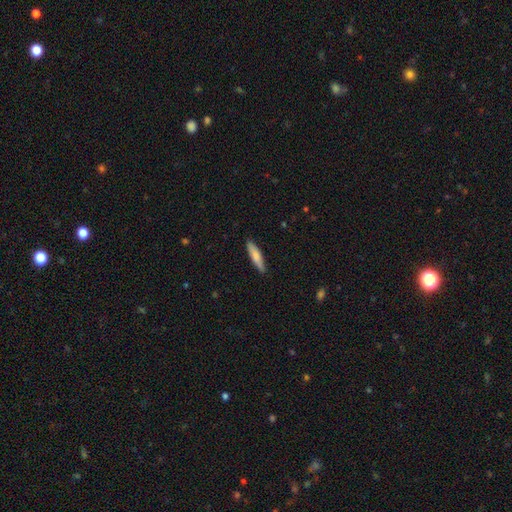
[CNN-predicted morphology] smooth_or_featured: smooth (p=0.75) [alt: featured or disk p=0.19]
how_rounded: cigar-shaped (p=0.83) [alt: in between p=0.16]
merging: none (p=0.87) [alt: minor disturbance p=0.10]